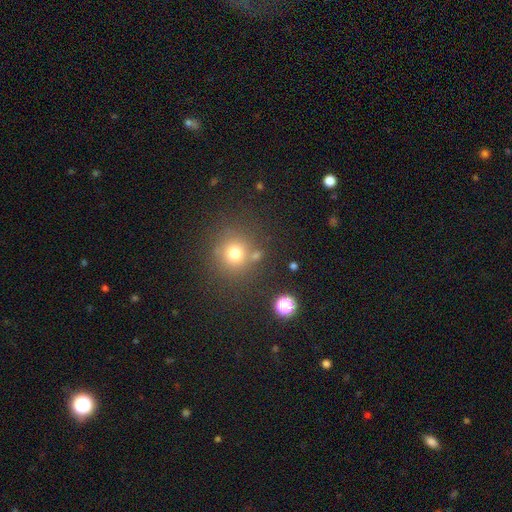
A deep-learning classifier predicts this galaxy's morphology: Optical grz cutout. It shows a smooth galaxy with no disk features (63%) that is round (90%). Merging: none (79%).